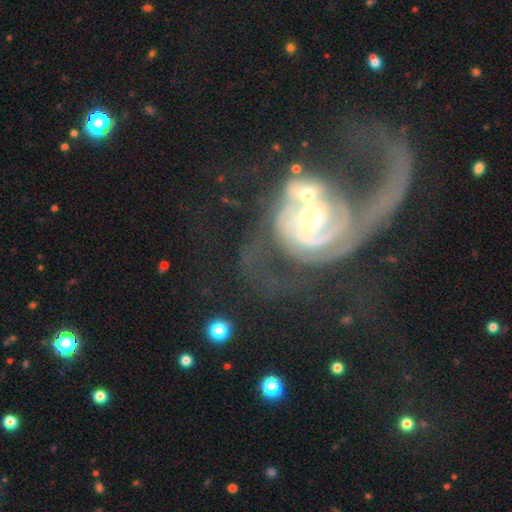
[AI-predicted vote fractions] Morphology: type=featured or disk (84%); edge-on=no (97%); bar=no (67%); spiral arms=yes (89%); winding=medium (35%); arm count=2 (38%); bulge=small (50%); merging=major disturbance (41%).